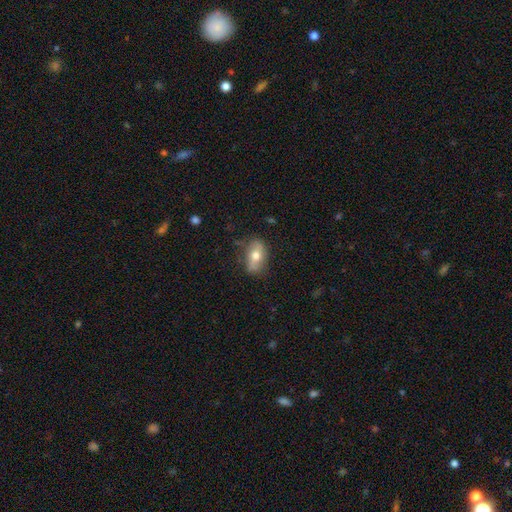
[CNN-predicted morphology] Smooth or featured? smooth (62%)
How rounded? in between (86%)
Merging? none (74%)